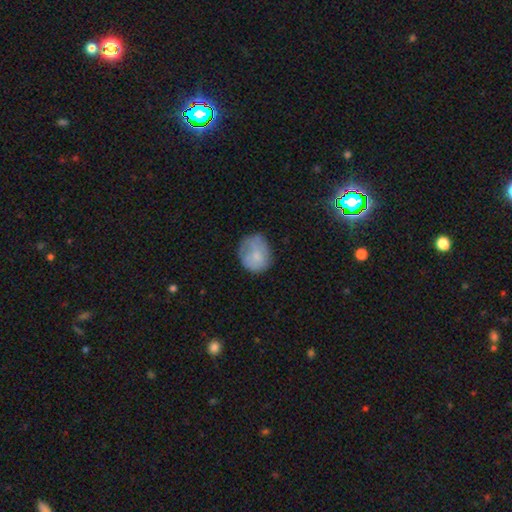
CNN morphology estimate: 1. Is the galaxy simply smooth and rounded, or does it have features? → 72% smooth, 20% featured or disk, 8% star or artifact.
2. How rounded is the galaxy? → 69% round, 30% in between, 1% cigar-shaped.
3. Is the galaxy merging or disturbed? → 55% none, 30% minor disturbance, 12% major disturbance, 2% merger.